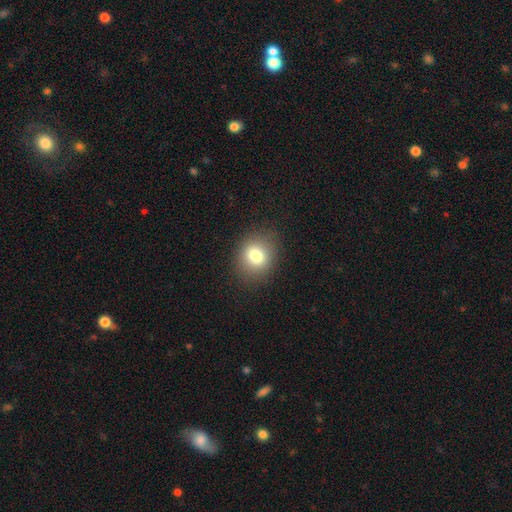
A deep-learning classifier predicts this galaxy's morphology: smooth_or_featured: smooth (p=0.79) [alt: star or artifact p=0.12]
how_rounded: round (p=0.65) [alt: in between p=0.34]
merging: none (p=0.86) [alt: minor disturbance p=0.09]